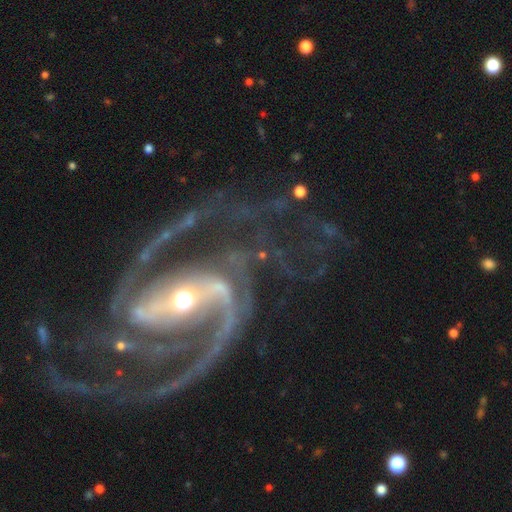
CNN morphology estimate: Smooth or featured? Predicted: featured or disk (p=0.94). Edge-on disk? Predicted: no (p=0.98). Bar? Predicted: strong (p=0.58). Spiral arms? Predicted: yes (p=0.99). Spiral winding? Predicted: medium (p=0.60). Spiral arm count? Predicted: 2 (p=0.79). Bulge size? Predicted: small (p=0.50). Merging? Predicted: none (p=0.61).